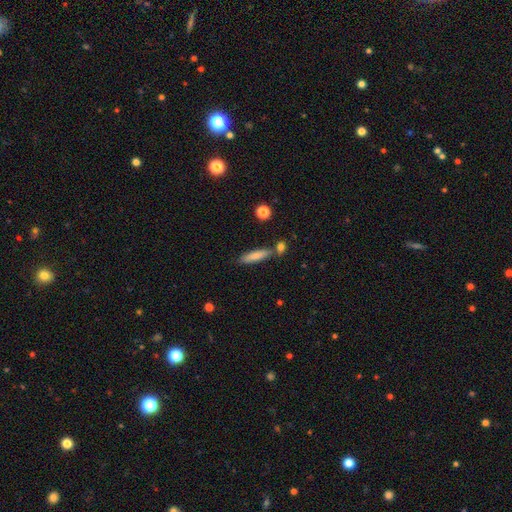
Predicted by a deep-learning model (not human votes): Smooth or featured? Predicted: smooth (p=0.77). How rounded? Predicted: cigar-shaped (p=0.76). Merging? Predicted: none (p=0.74).